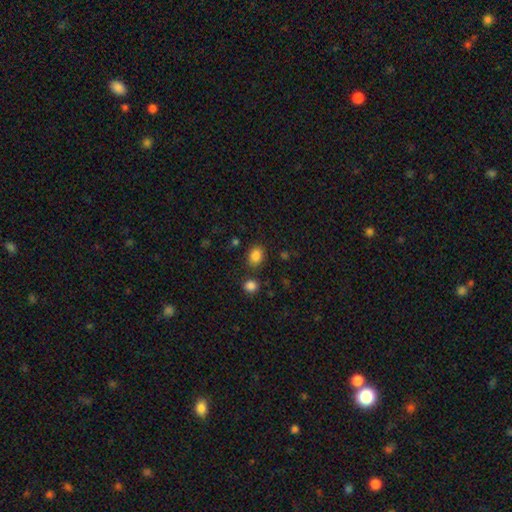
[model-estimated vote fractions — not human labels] Overall: smooth (86%). How rounded: in between (59%; round 40%). Merging: none (79%).